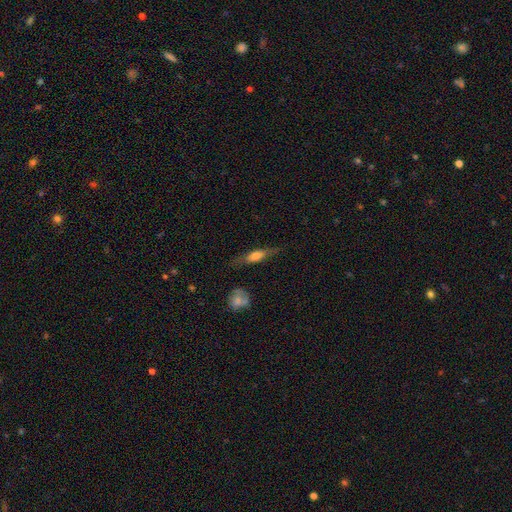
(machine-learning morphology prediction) Overall: featured or disk (47%; smooth 46%). Merging: none (72%).